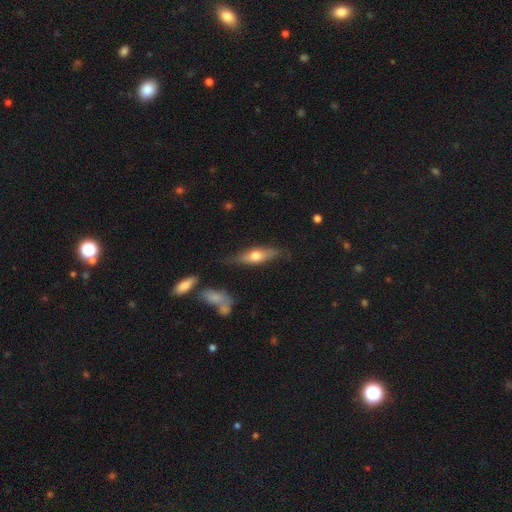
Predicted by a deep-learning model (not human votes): Morphology: type=featured or disk (49%); merging=none (74%).